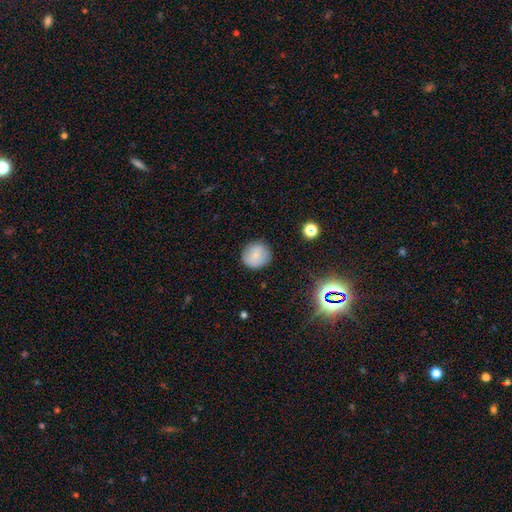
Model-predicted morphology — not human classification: Smooth or featured: smooth — 80% (star or artifact — 10%)
How rounded: round — 91% (in between — 8%)
Merging: none — 87% (minor disturbance — 10%)